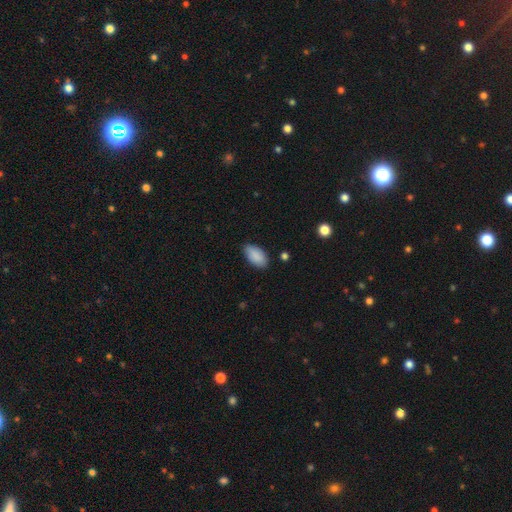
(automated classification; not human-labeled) Morphology: type=smooth (89%); roundness=in between (94%); merging=none (82%).